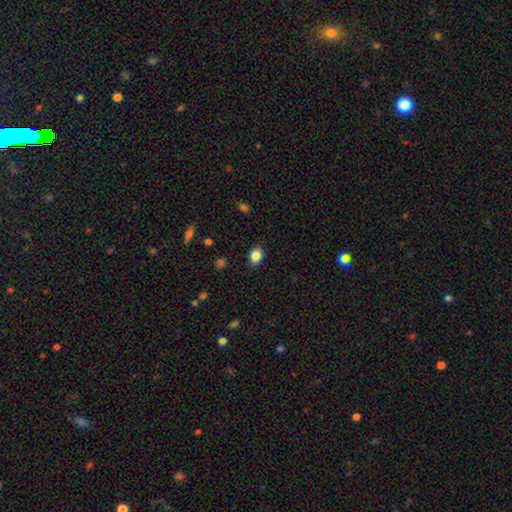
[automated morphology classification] Overall: smooth (86%). How rounded: in between (67%; round 32%). Merging: none (87%).